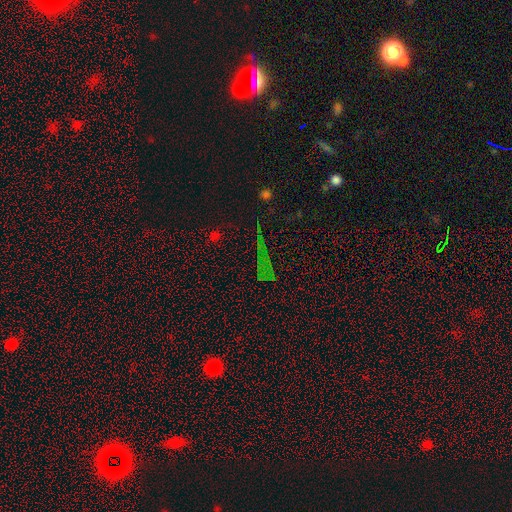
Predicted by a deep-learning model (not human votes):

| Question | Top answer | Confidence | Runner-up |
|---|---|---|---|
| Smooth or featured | star or artifact | 71% | smooth (18%) |